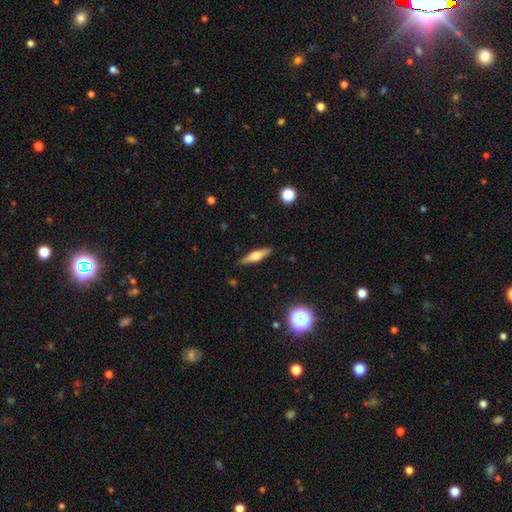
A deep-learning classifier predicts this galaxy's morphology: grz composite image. It shows a featured or disk galaxy (54%) viewed edge-on (95%) with a rounded central bulge (90%). Merging: none (89%).